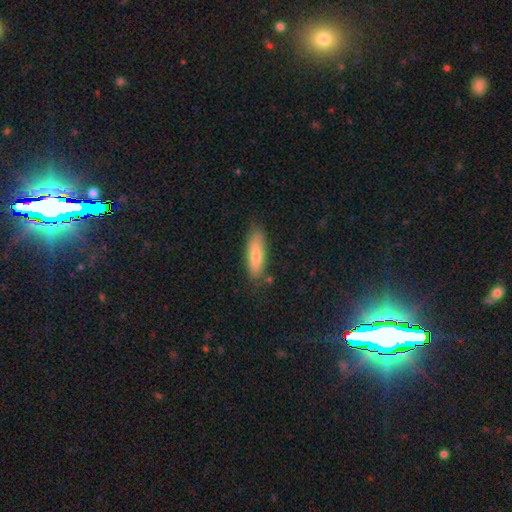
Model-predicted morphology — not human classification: Smooth or featured?
  - smooth: 72% *
  - featured or disk: 21%
  - star or artifact: 7%
How rounded?
  - cigar-shaped: 57% *
  - in between: 41%
  - round: 2%
Merging?
  - none: 80% *
  - minor disturbance: 15%
  - major disturbance: 3%
  - merger: 2%